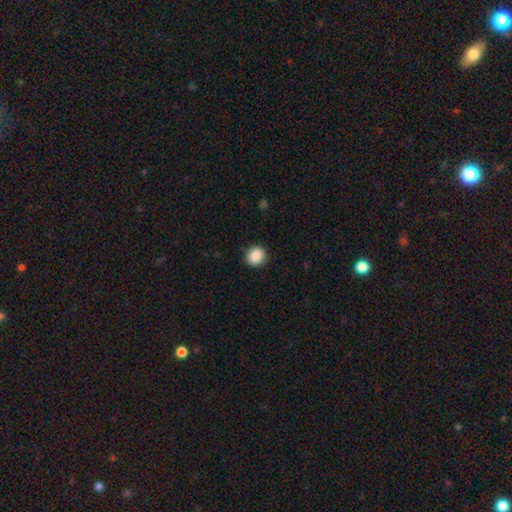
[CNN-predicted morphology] Q: Smooth or featured?
A: smooth (87%); runner-up: star or artifact (9%)
Q: How rounded?
A: round (89%); runner-up: in between (10%)
Q: Merging?
A: none (89%); runner-up: minor disturbance (8%)